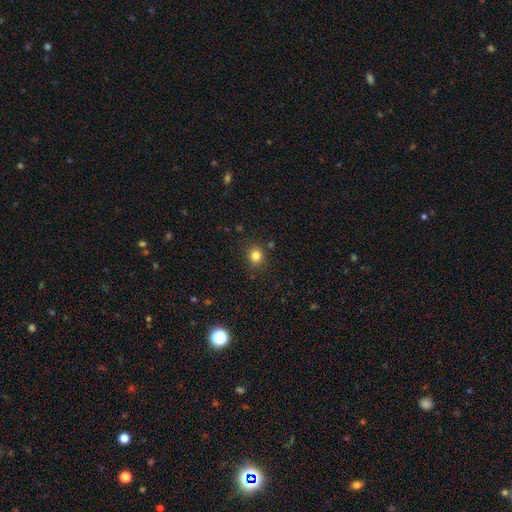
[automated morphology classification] This is clearly a smooth galaxy (81%). How rounded: likely round (79%). Merging: clearly none (85%).